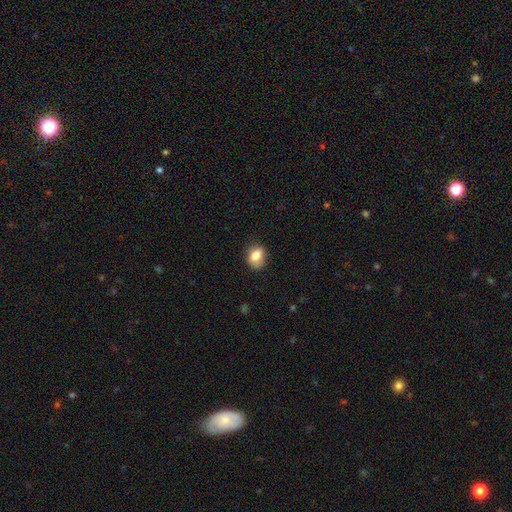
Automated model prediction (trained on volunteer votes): Smooth or featured: smooth — 79% (featured or disk — 12%)
How rounded: in between — 54% (round — 45%)
Merging: none — 78% (minor disturbance — 17%)